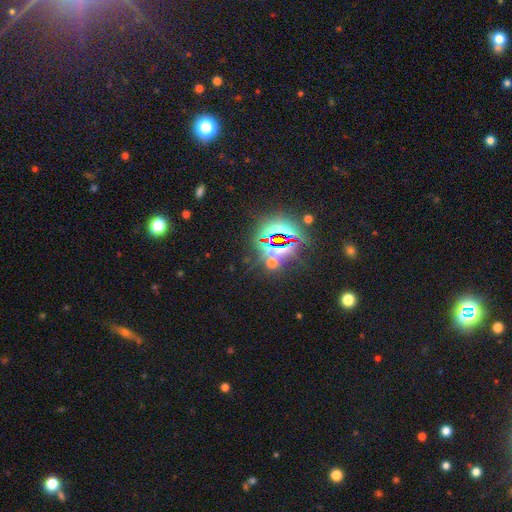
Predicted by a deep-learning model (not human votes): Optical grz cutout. It shows a star or artifact, not a galaxy (80%).